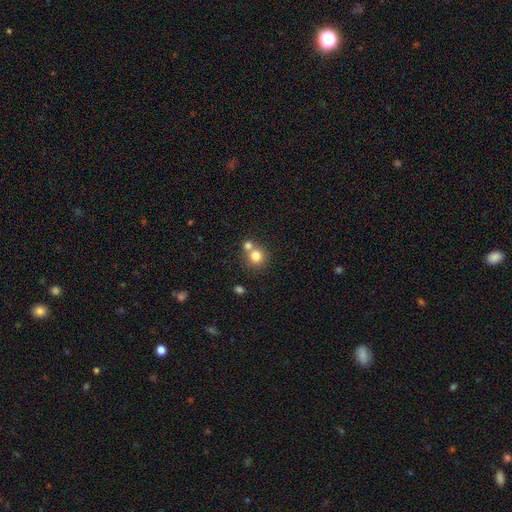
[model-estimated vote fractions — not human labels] The model was most divided on "merging": none: 49%, merger: 41%, minor disturbance: 7%, major disturbance: 3%. More confident: how rounded — round (88%); smooth or featured — smooth (79%).